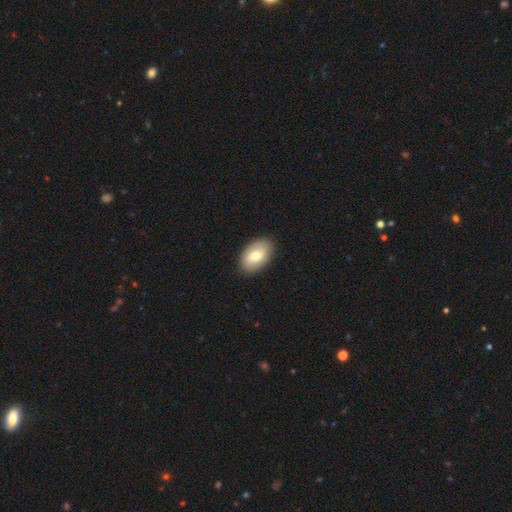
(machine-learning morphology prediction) Smooth or featured? Predicted: smooth (p=0.70). How rounded? Predicted: in between (p=0.91). Merging? Predicted: none (p=0.88).